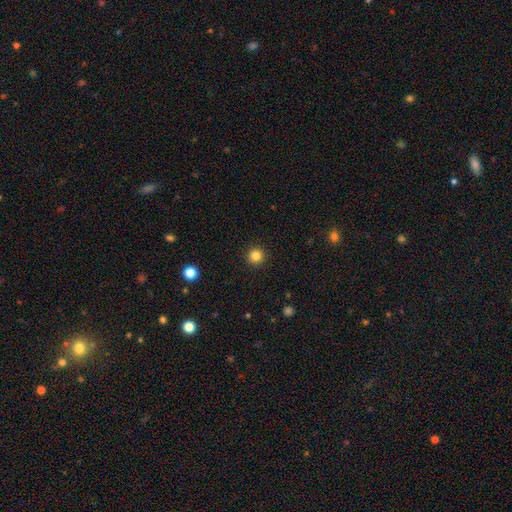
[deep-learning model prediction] The model was most divided on "smooth or featured": smooth: 83%, star or artifact: 12%, featured or disk: 4%. More confident: how rounded — round (96%); merging — none (93%).